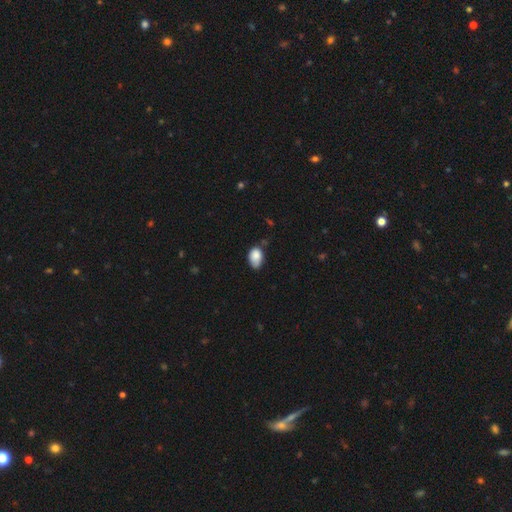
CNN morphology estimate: smooth 83%, featured or disk 9%, star or artifact 8%. Down the decision tree: how rounded — in between (86%); merging — none (46%).